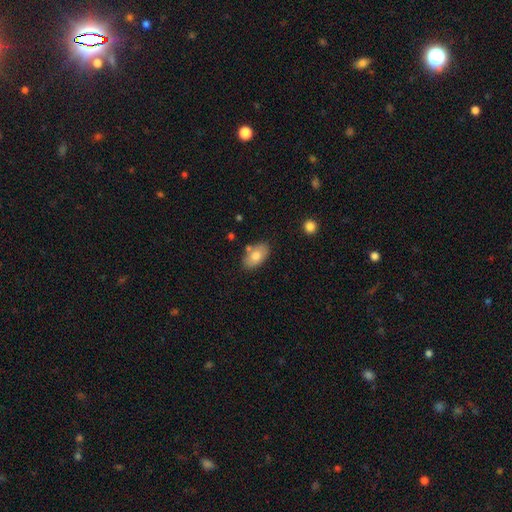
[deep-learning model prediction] A smooth galaxy with no disk features (75%) that is in between round and cigar-shaped (92%).

Vote fractions:
- Smooth or featured? smooth: 75% / featured or disk: 18% / star or artifact: 7%
- How rounded? in between: 92% / round: 6% / cigar-shaped: 2%
- Merging? none: 76% / minor disturbance: 14% / merger: 7% / major disturbance: 3%